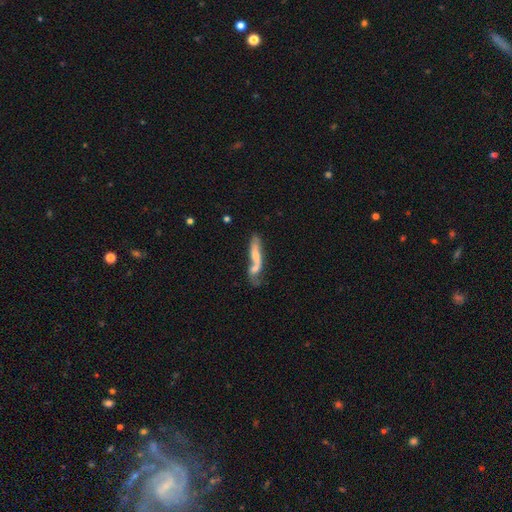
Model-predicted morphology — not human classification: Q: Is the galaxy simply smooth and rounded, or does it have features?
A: featured or disk — 48%.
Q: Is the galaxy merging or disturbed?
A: merger — 42%.